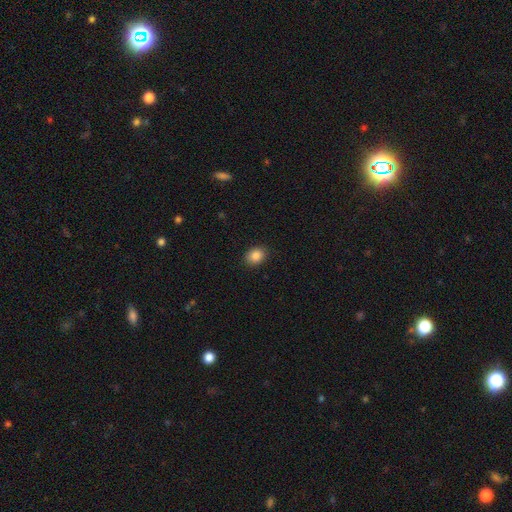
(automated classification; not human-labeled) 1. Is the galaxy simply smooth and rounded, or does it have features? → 87% smooth, 9% star or artifact, 4% featured or disk.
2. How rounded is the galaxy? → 58% in between, 41% round, 1% cigar-shaped.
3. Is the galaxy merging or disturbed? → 89% none, 8% minor disturbance, 2% major disturbance, 1% merger.